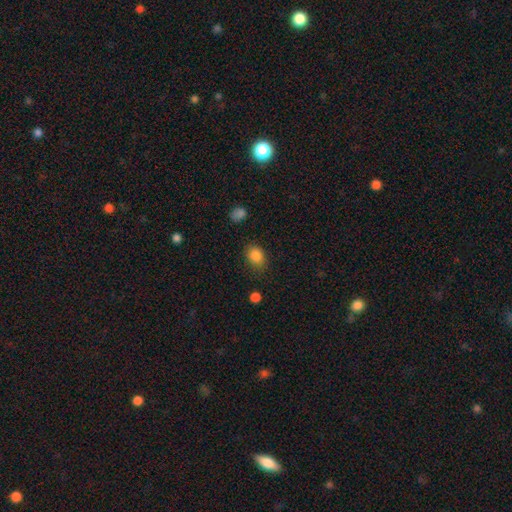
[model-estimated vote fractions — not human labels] smooth-or-featured: smooth: 85% | star or artifact: 10% | featured or disk: 5%
  how-rounded: in between: 58% | round: 41% | cigar-shaped: 1%
  merging: none: 78% | minor disturbance: 16% | major disturbance: 4% | merger: 2%